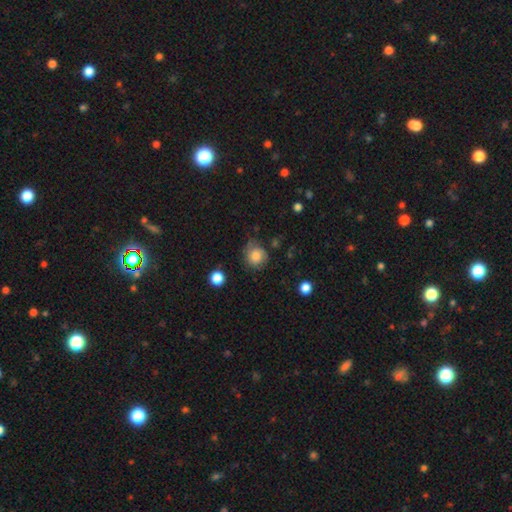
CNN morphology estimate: smooth_or_featured: smooth (p=0.75) [alt: featured or disk p=0.16]
how_rounded: round (p=0.85) [alt: in between p=0.14]
merging: none (p=0.63) [alt: minor disturbance p=0.25]